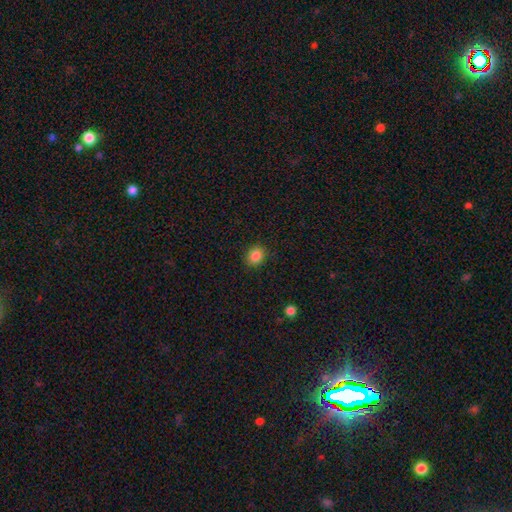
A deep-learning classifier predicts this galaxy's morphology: A smooth galaxy with no disk features (86%) that is round (63%).

Vote fractions:
- Smooth or featured? smooth: 86% / star or artifact: 10% / featured or disk: 4%
- How rounded? round: 63% / in between: 36% / cigar-shaped: 1%
- Merging? none: 88% / minor disturbance: 8% / major disturbance: 2% / merger: 1%